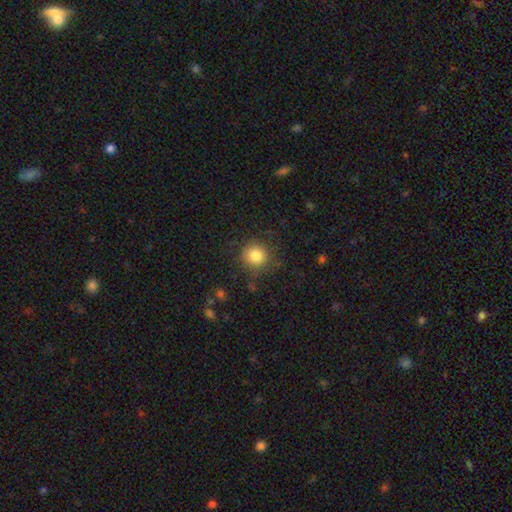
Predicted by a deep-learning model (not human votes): Morphology: type=smooth (83%); roundness=round (93%); merging=none (84%).